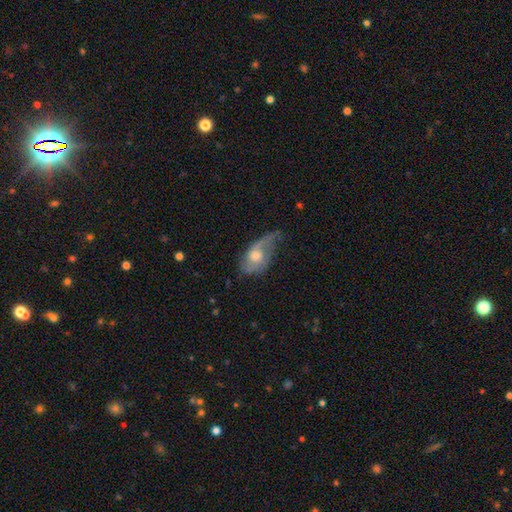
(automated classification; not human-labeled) smooth_or_featured: featured or disk (p=0.65) [alt: smooth p=0.27]
disk_edge_on: no (p=0.91) [alt: yes p=0.09]
bar: no (p=0.69) [alt: weak p=0.27]
has_spiral_arms: yes (p=0.82) [alt: no p=0.18]
bulge_size: moderate (p=0.58) [alt: large p=0.22]
merging: none (p=0.38) [alt: minor disturbance p=0.32]